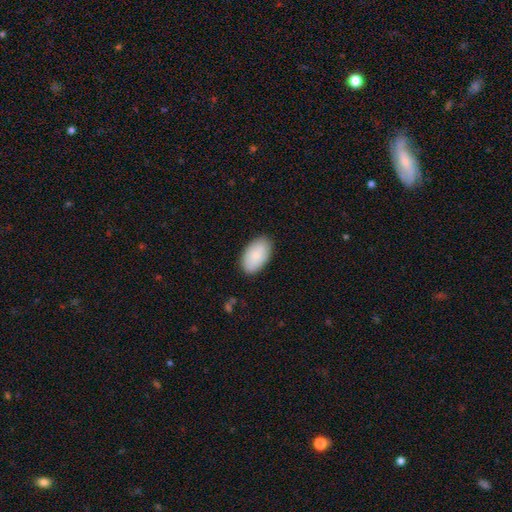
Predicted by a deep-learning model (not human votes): The model was most divided on "smooth or featured": smooth: 83%, featured or disk: 11%, star or artifact: 6%. More confident: how rounded — in between (95%); merging — none (86%).